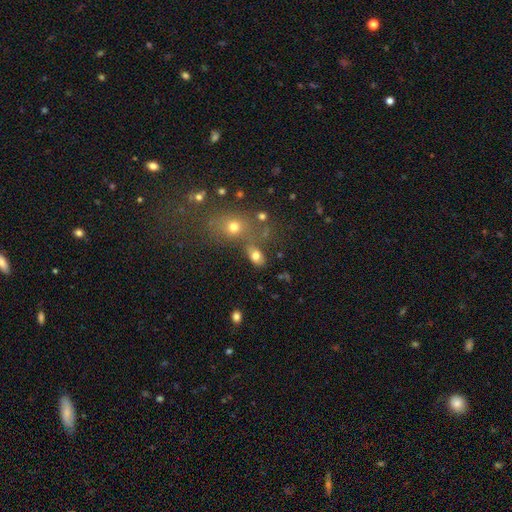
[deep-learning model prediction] Smooth or featured? smooth (76%)
How rounded? in between (80%)
Merging? none (62%)